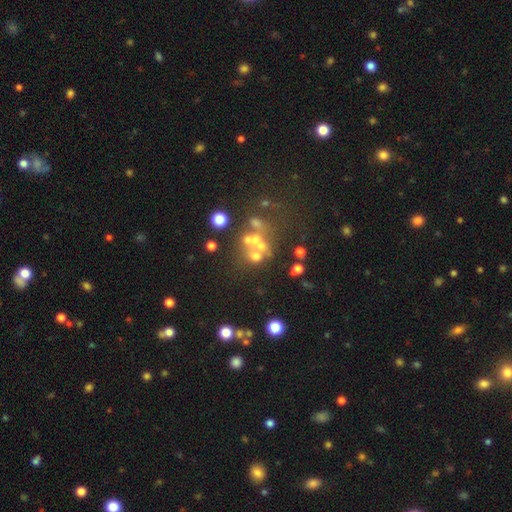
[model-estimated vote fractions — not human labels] Smooth or featured? Predicted: smooth (p=0.38). Merging? Predicted: merger (p=0.44).